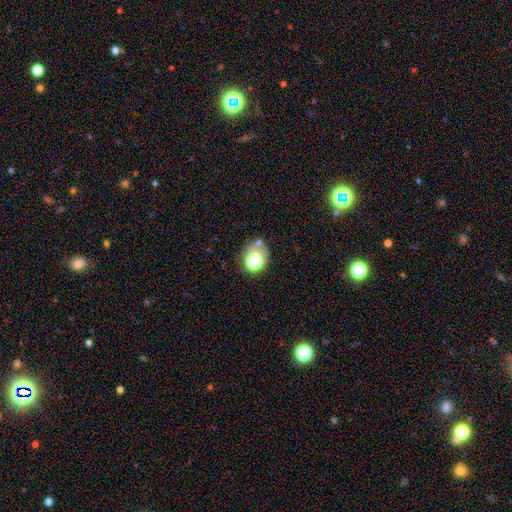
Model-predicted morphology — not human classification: type=smooth (63%); roundness=round (58%); merging=none (57%).